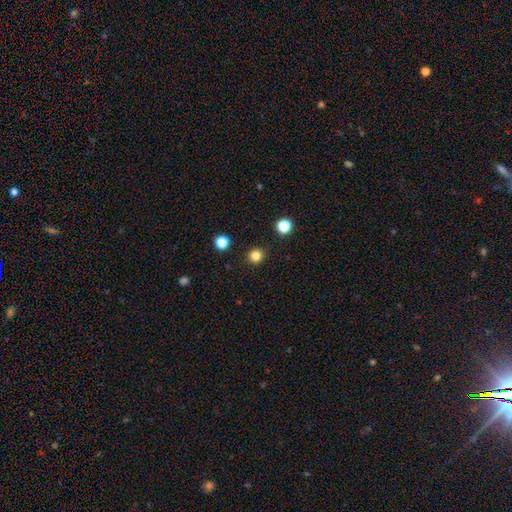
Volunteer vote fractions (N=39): A smooth galaxy with no disk features (85%) that is round (94%). Merging: none (94%).